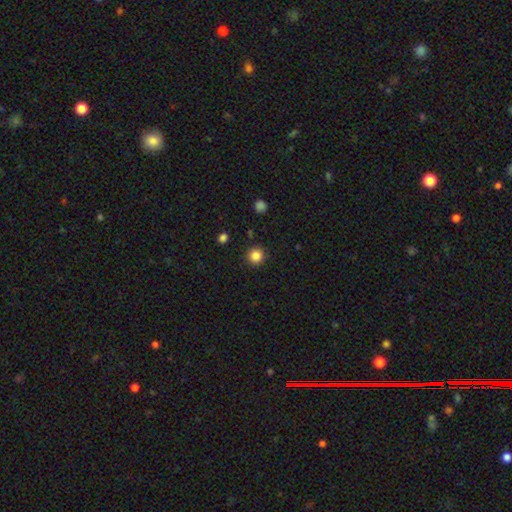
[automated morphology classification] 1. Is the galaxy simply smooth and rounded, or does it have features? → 85% smooth, 11% star or artifact, 3% featured or disk.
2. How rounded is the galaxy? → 95% round, 4% in between, 1% cigar-shaped.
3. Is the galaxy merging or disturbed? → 92% none, 5% minor disturbance, 2% major disturbance, 1% merger.